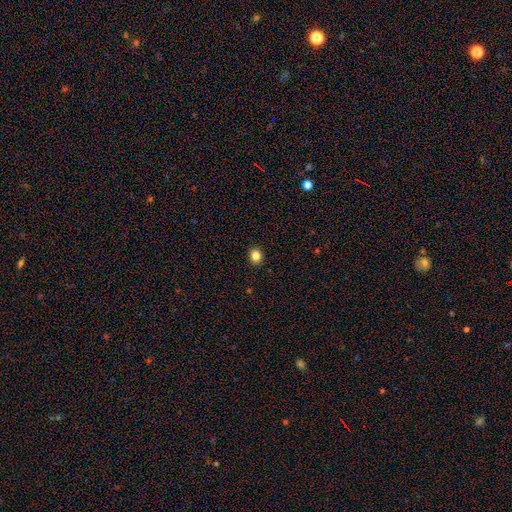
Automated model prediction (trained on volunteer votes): A smooth galaxy with no disk features (84%) that is round (69%). Merging: none (92%).